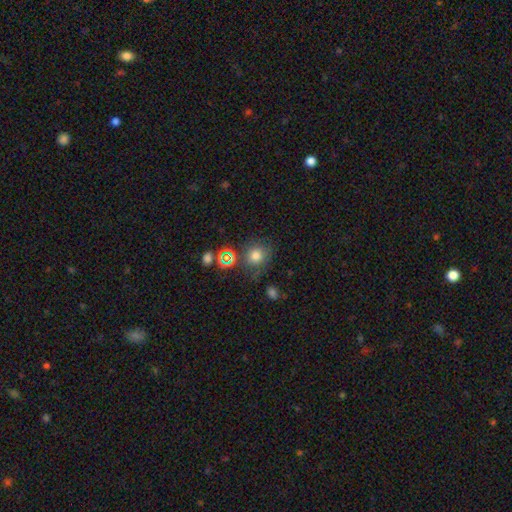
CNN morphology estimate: Smooth or featured? smooth (71%)
How rounded? round (85%)
Merging? none (71%)